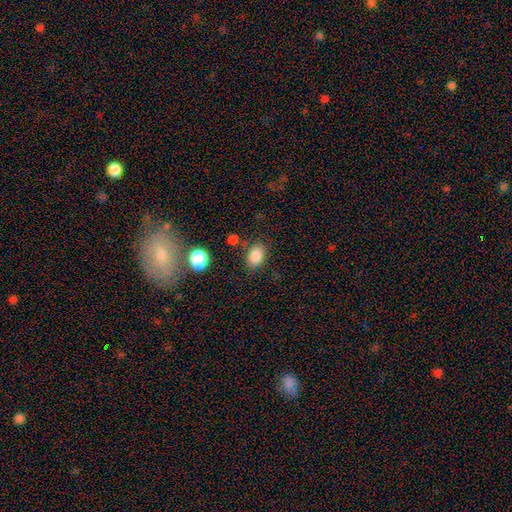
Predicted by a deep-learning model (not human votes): This appears to be a smooth galaxy with no disk features (85%) that is in between round and cigar-shaped (77%). Merging: none (77%).